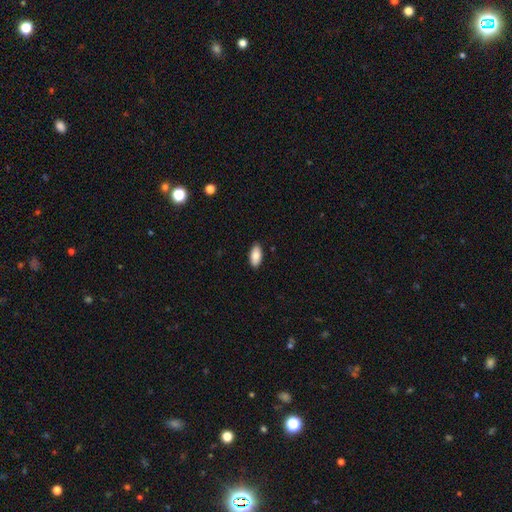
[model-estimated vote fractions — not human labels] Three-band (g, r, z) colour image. It shows a smooth galaxy with no disk features (85%) that is in between round and cigar-shaped (92%). Merging: none (89%).